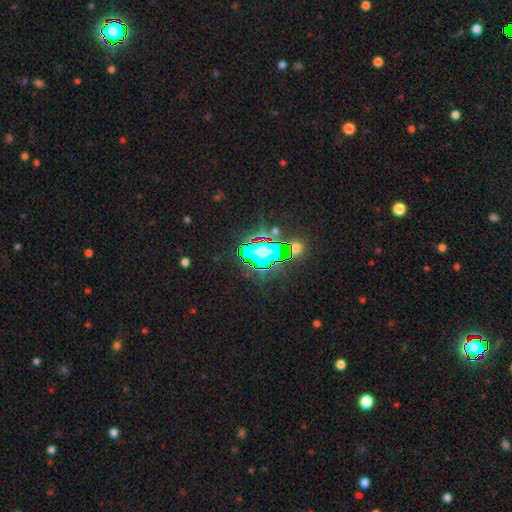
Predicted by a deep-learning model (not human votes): Overall: star or artifact (65%).